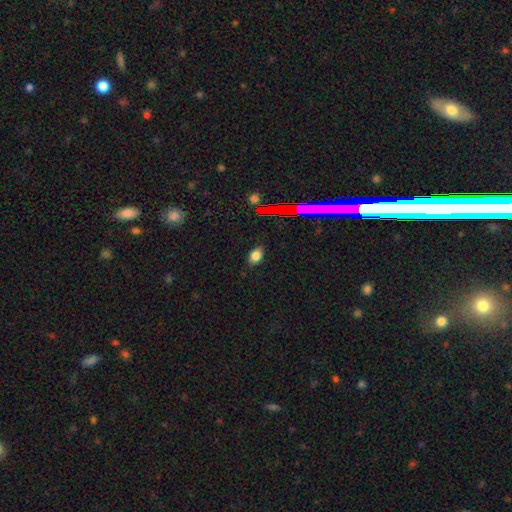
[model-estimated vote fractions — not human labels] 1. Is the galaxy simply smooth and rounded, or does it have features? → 79% smooth, 15% star or artifact, 7% featured or disk.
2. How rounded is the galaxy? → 84% in between, 14% round, 2% cigar-shaped.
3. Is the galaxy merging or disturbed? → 84% none, 12% minor disturbance, 3% major disturbance, 1% merger.